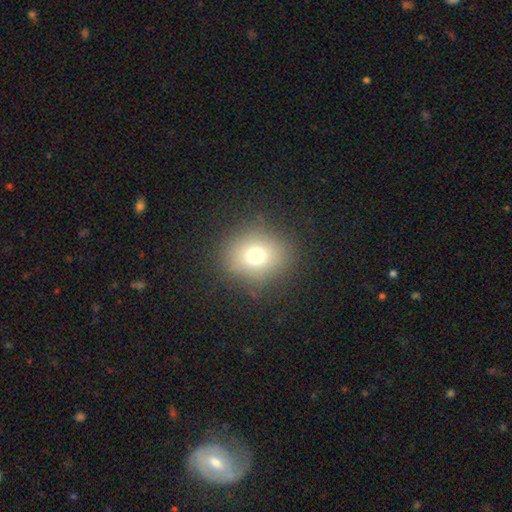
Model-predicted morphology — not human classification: Smooth or featured: smooth — 71% (star or artifact — 18%)
How rounded: round — 77% (in between — 22%)
Merging: none — 83% (minor disturbance — 10%)